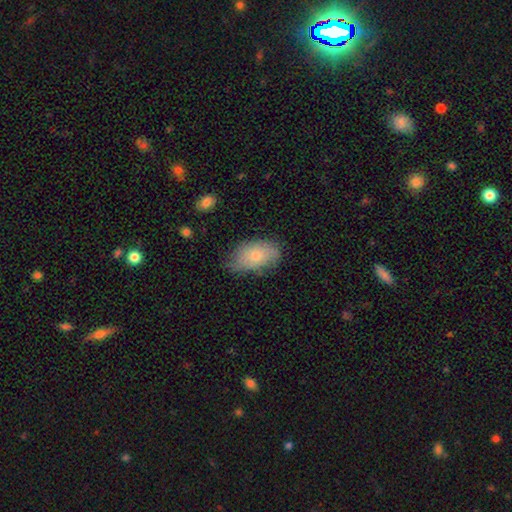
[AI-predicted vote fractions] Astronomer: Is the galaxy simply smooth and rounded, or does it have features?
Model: smooth — 73%.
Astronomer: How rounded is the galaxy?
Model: in between — 92%.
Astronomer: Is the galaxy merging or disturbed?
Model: none — 56% (runner-up: minor disturbance, 34%).